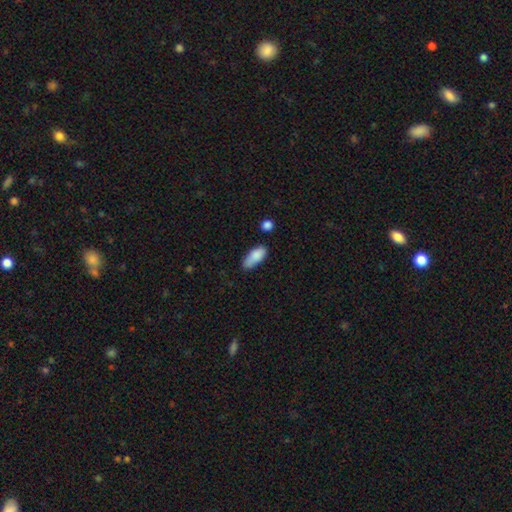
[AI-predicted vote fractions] Smooth or featured?
  - smooth: 84% *
  - featured or disk: 9%
  - star or artifact: 7%
How rounded?
  - in between: 83% *
  - cigar-shaped: 14%
  - round: 3%
Merging?
  - none: 58% *
  - minor disturbance: 30%
  - major disturbance: 6%
  - merger: 6%